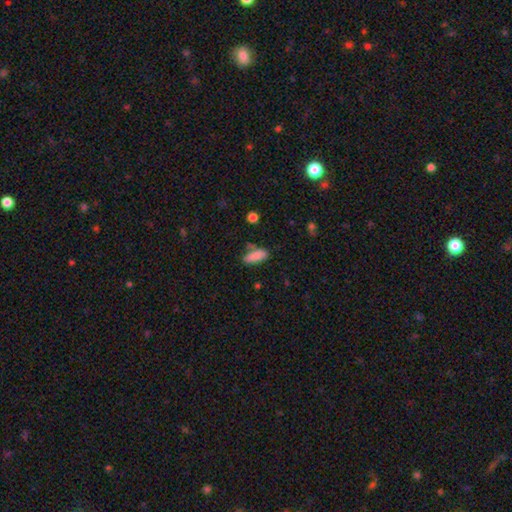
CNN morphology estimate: type=smooth (85%); roundness=in between (76%); merging=none (62%).